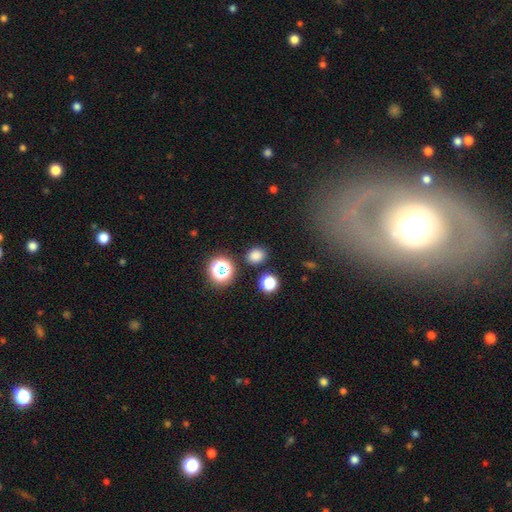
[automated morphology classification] This appears to be a smooth galaxy with no disk features (78%) that is round (64%). Merging: none (85%).